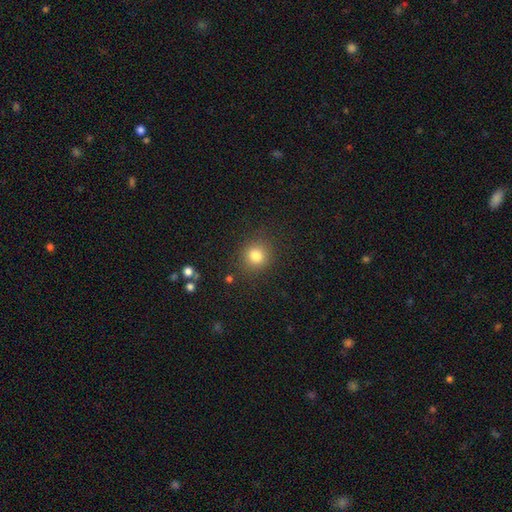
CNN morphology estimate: Smooth or featured: smooth — 81% (star or artifact — 13%)
How rounded: round — 88% (in between — 11%)
Merging: none — 87% (minor disturbance — 8%)